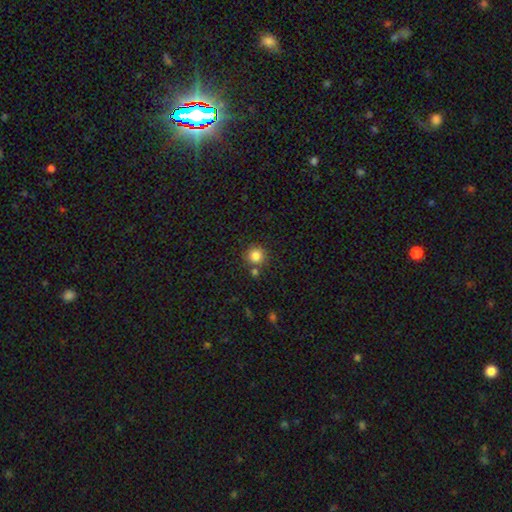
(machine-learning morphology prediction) A smooth galaxy with no disk features (84%) that is round (93%).

Vote fractions:
- Smooth or featured? smooth: 84% / star or artifact: 11% / featured or disk: 5%
- How rounded? round: 93% / in between: 6% / cigar-shaped: 1%
- Merging? none: 78% / merger: 10% / minor disturbance: 9% / major disturbance: 3%